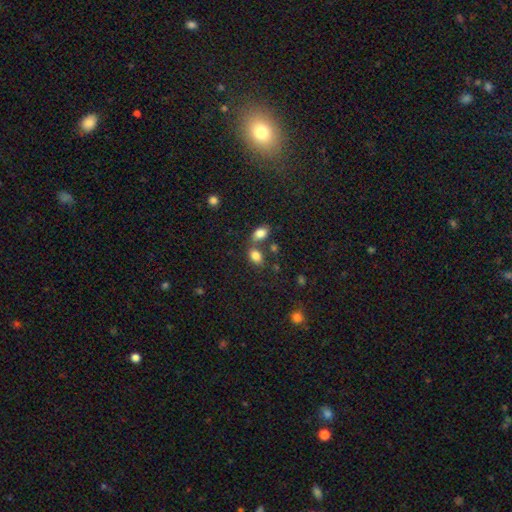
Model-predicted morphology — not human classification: Smooth or featured?
  - smooth: 82% *
  - star or artifact: 10%
  - featured or disk: 8%
How rounded?
  - in between: 85% *
  - round: 13%
  - cigar-shaped: 2%
Merging?
  - none: 50% *
  - merger: 34%
  - minor disturbance: 11%
  - major disturbance: 4%